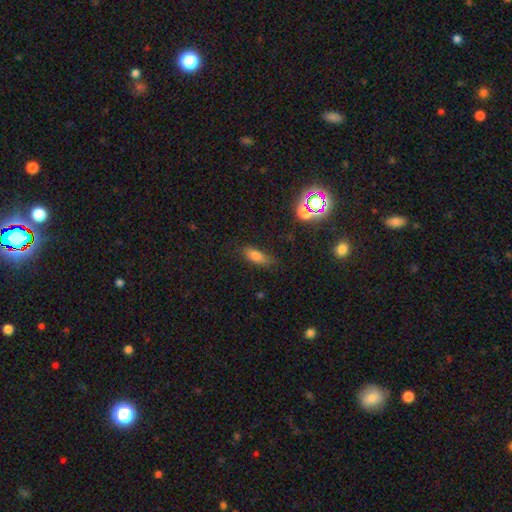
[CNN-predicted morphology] This is likely a smooth galaxy (76%). How rounded: likely in between (71%). Merging: likely none (70%).